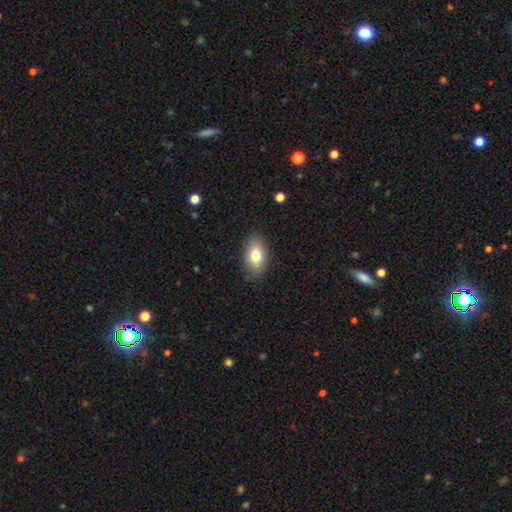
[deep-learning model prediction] A smooth galaxy with no disk features (77%) that is in between round and cigar-shaped (91%).

Vote fractions:
- Smooth or featured? smooth: 77% / featured or disk: 15% / star or artifact: 7%
- How rounded? in between: 91% / round: 7% / cigar-shaped: 2%
- Merging? none: 83% / minor disturbance: 13% / major disturbance: 3% / merger: 1%